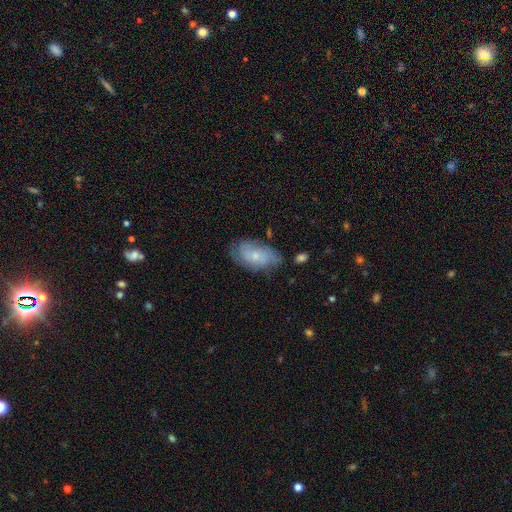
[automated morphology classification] This appears to be a featured or disk galaxy (47%). Merging: none (61%).